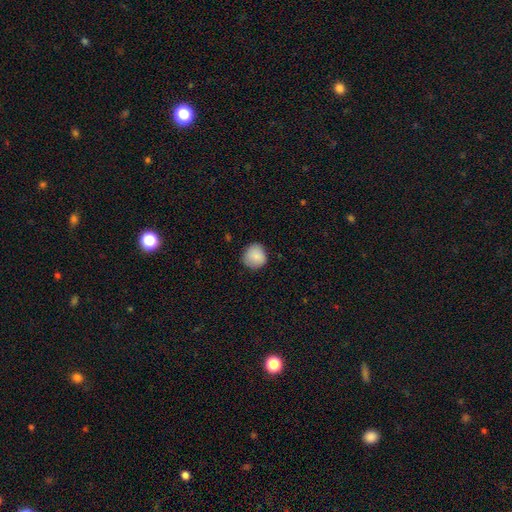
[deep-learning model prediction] Overall: smooth (86%). How rounded: round (88%). Merging: none (79%).